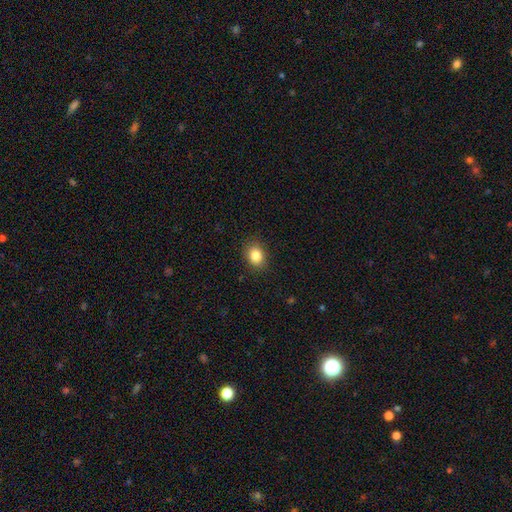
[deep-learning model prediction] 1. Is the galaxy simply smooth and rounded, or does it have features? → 84% smooth, 10% star or artifact, 6% featured or disk.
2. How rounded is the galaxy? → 52% in between, 48% round, 1% cigar-shaped.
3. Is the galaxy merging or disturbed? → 87% none, 9% minor disturbance, 3% major disturbance, 1% merger.